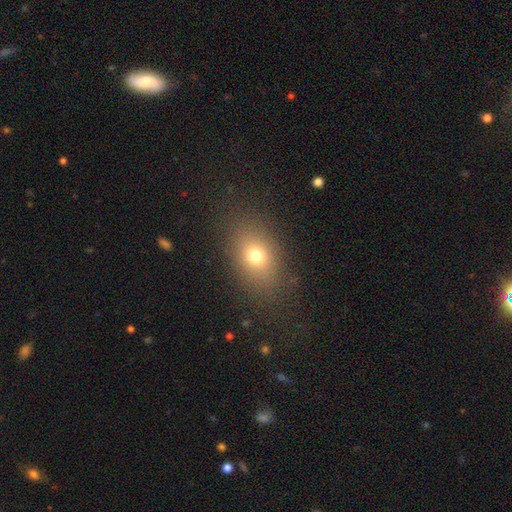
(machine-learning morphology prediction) This is likely a smooth galaxy (72%). How rounded: likely in between (68%). Merging: clearly none (82%).